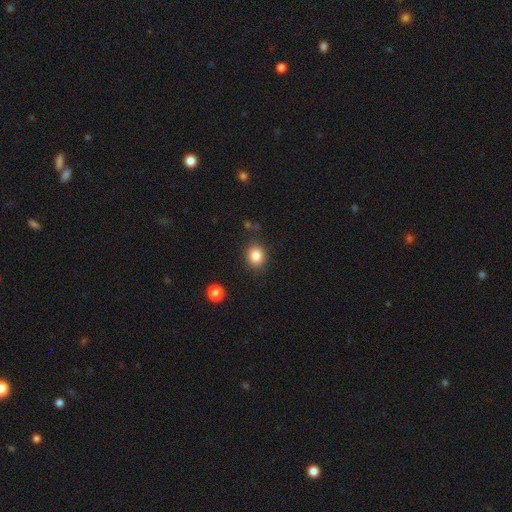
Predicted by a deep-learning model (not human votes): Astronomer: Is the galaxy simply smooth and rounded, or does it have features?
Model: smooth — 84%.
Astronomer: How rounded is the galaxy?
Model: round — 65%.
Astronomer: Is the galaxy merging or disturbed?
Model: none — 85%.